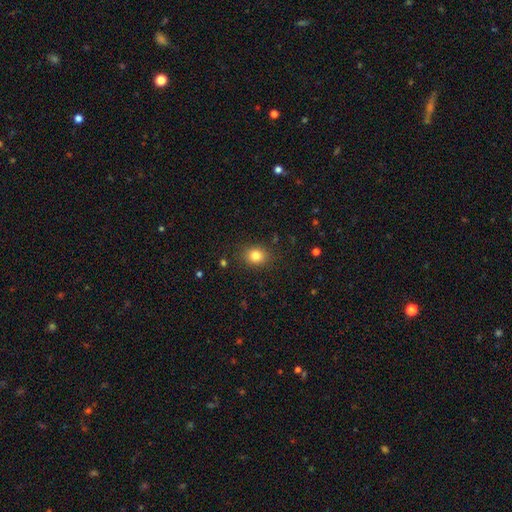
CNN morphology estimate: Smooth or featured? Predicted: smooth (p=0.82). How rounded? Predicted: round (p=0.61). Merging? Predicted: none (p=0.86).